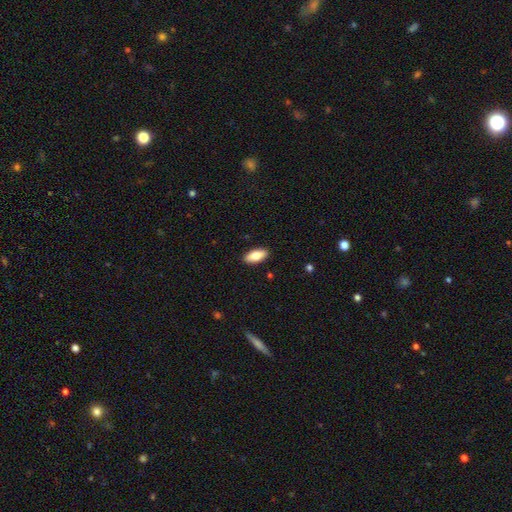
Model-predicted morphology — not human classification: smooth-or-featured: smooth: 79% | featured or disk: 15% | star or artifact: 6%
  how-rounded: in between: 86% | cigar-shaped: 12% | round: 2%
  merging: none: 90% | minor disturbance: 7% | major disturbance: 2% | merger: 1%